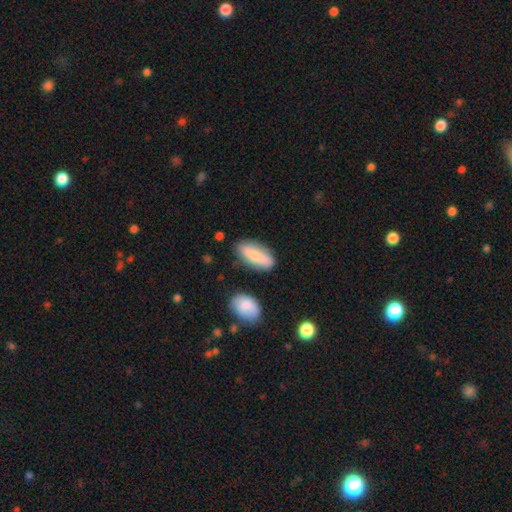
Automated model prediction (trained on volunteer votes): Smooth or featured?
  - smooth: 74% *
  - featured or disk: 20%
  - star or artifact: 6%
How rounded?
  - in between: 73% *
  - cigar-shaped: 25%
  - round: 3%
Merging?
  - none: 77% *
  - minor disturbance: 15%
  - merger: 4%
  - major disturbance: 3%